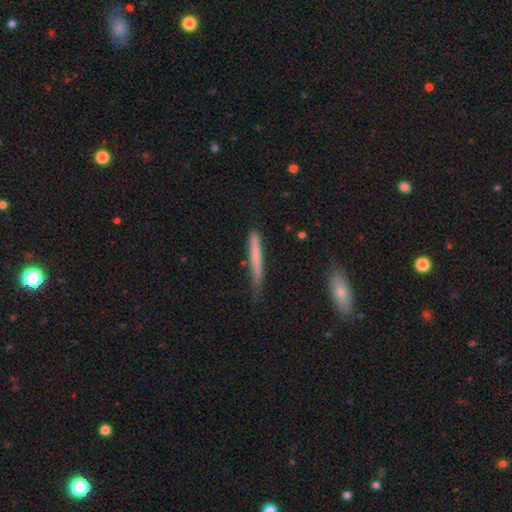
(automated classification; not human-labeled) This is likely a smooth galaxy (70%). How rounded: clearly cigar-shaped (96%). Merging: likely none (73%).